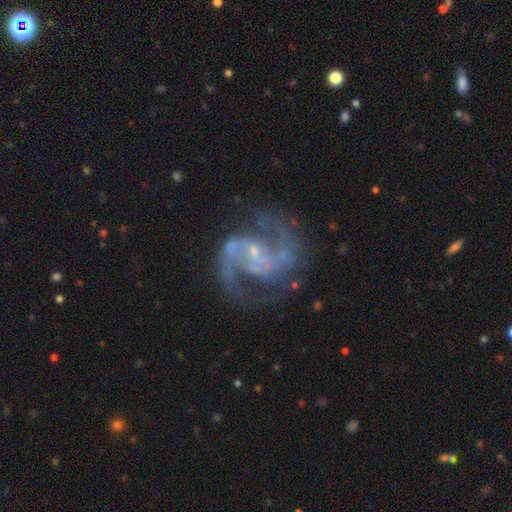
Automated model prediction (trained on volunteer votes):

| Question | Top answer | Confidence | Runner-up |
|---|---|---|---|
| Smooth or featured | featured or disk | 92% | star or artifact (5%) |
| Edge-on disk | no | 98% | yes (2%) |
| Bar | weak | 48% | no (34%) |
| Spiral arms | yes | 98% | no (2%) |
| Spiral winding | medium | 64% | loose (23%) |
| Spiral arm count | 2 | 91% | 3 (3%) |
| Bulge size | small | 72% | moderate (15%) |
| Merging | none | 73% | minor disturbance (15%) |